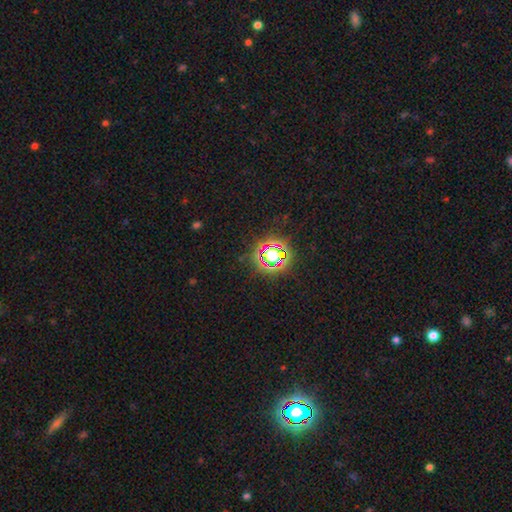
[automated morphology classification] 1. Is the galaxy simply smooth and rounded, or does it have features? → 78% star or artifact, 15% smooth, 8% featured or disk.